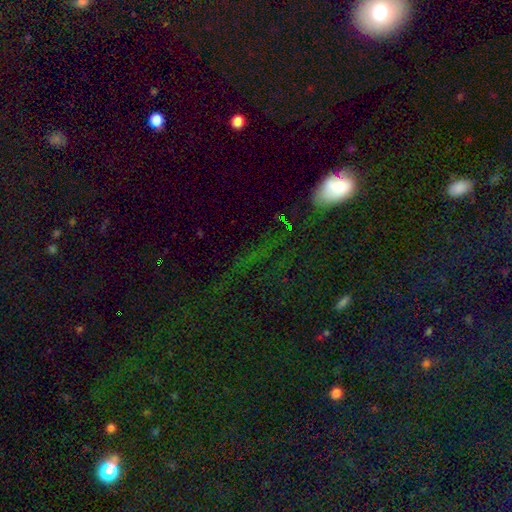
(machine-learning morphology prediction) Smooth or featured?
  - star or artifact: 51% *
  - smooth: 35%
  - featured or disk: 13%